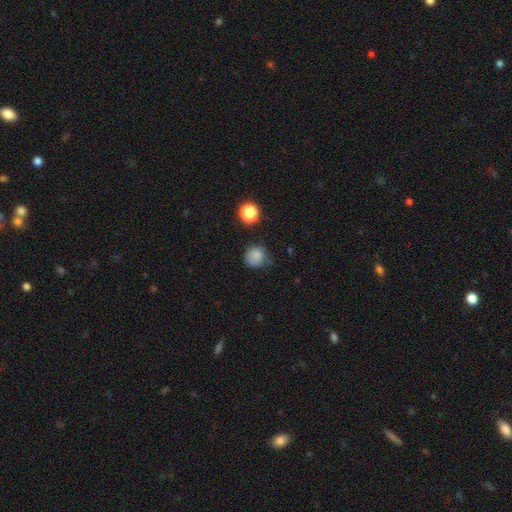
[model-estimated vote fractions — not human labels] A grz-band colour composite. It shows a smooth galaxy with no disk features (81%) that is round (84%). Merging: none (67%).